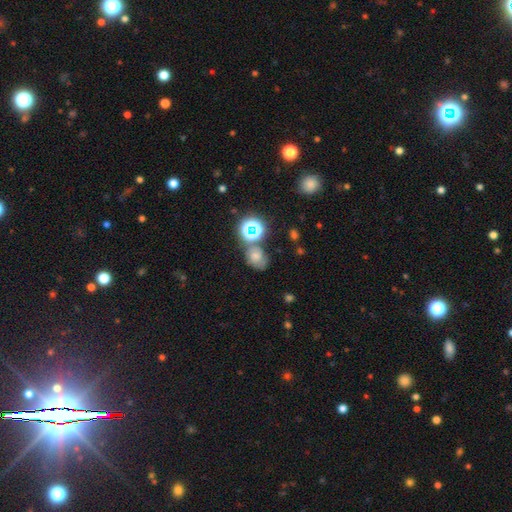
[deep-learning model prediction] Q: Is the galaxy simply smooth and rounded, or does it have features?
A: smooth — 56%.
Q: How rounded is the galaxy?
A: in between — 54%.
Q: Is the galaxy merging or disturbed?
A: none — 49%.